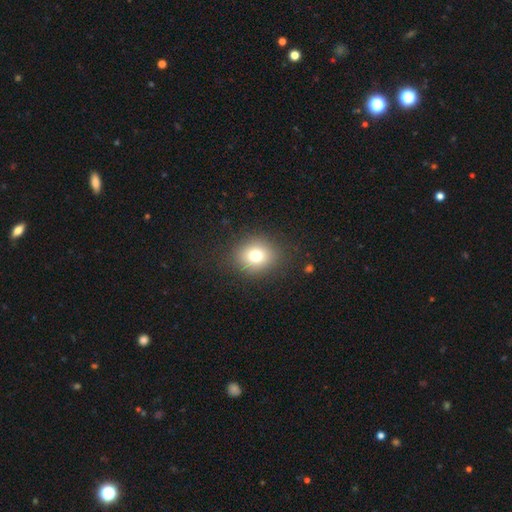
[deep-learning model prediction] Smooth or featured? smooth (76%)
How rounded? round (73%)
Merging? none (88%)